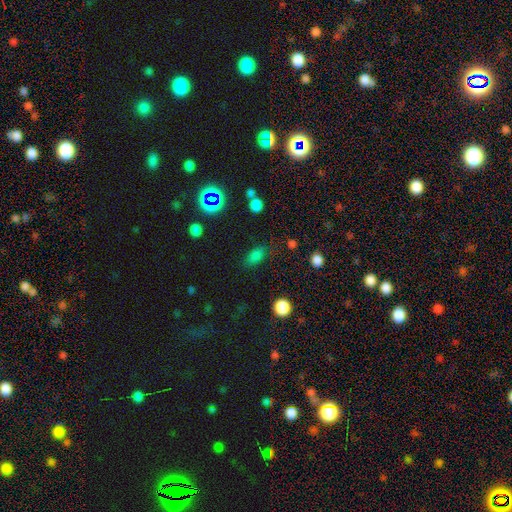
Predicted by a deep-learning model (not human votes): smooth-or-featured: smooth: 76% | star or artifact: 17% | featured or disk: 7%
  how-rounded: in between: 83% | round: 12% | cigar-shaped: 5%
  merging: none: 76% | minor disturbance: 15% | major disturbance: 6% | merger: 3%